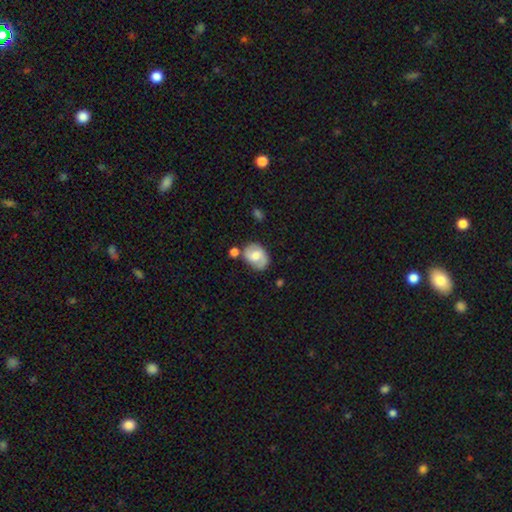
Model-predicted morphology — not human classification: Smooth or featured?
  - featured or disk: 55% *
  - smooth: 38%
  - star or artifact: 7%
Edge-on disk?
  - no: 97% *
  - yes: 3%
Bar?
  - weak: 45% *
  - no: 44%
  - strong: 11%
Spiral arms?
  - yes: 82% *
  - no: 18%
Bulge size?
  - moderate: 64% *
  - small: 19%
  - large: 12%
  - none: 4%
  - dominant: 2%
Merging?
  - none: 63% *
  - minor disturbance: 21%
  - merger: 10%
  - major disturbance: 6%